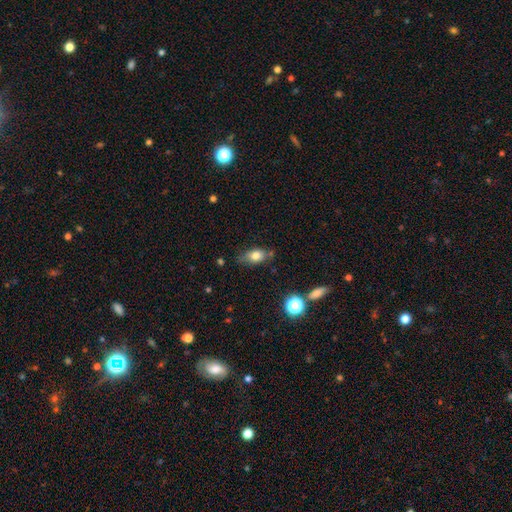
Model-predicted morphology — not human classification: smooth 76%, featured or disk 13%, star or artifact 10%. Down the decision tree: how rounded — in between (79%); merging — none (66%).